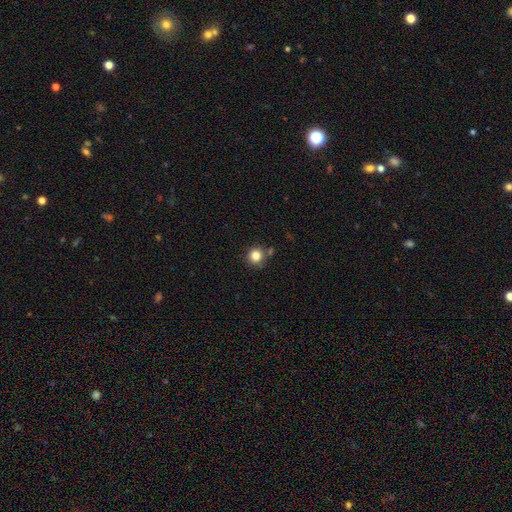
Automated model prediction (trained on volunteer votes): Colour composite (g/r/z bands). It shows a smooth galaxy with no disk features (83%) that is round (93%). Merging: none (81%).